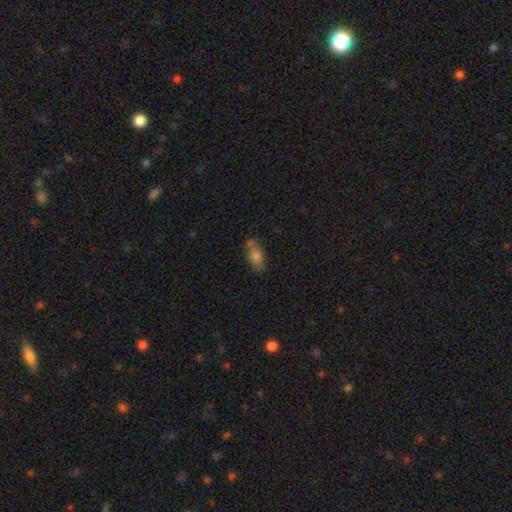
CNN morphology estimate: smooth 70%, featured or disk 18%, star or artifact 12%. Down the decision tree: how rounded — in between (83%); merging — none (65%).